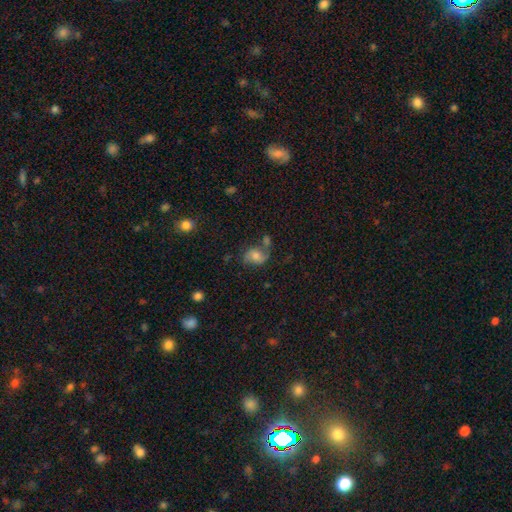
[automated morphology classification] Smooth or featured? Predicted: featured or disk (p=0.51). Edge-on disk? Predicted: no (p=0.97). Merging? Predicted: none (p=0.51).